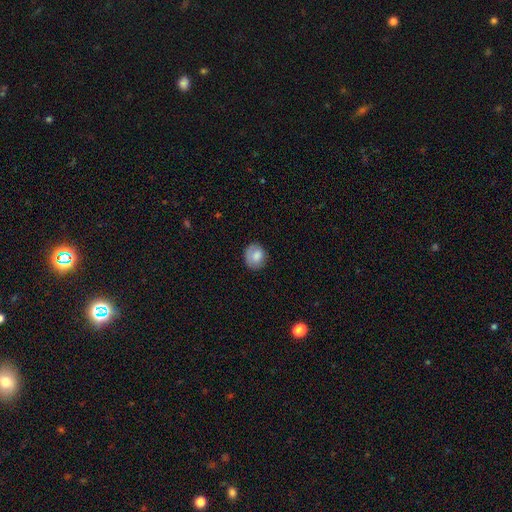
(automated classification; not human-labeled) Overall: smooth (79%). How rounded: round (62%; in between 37%). Merging: none (71%).